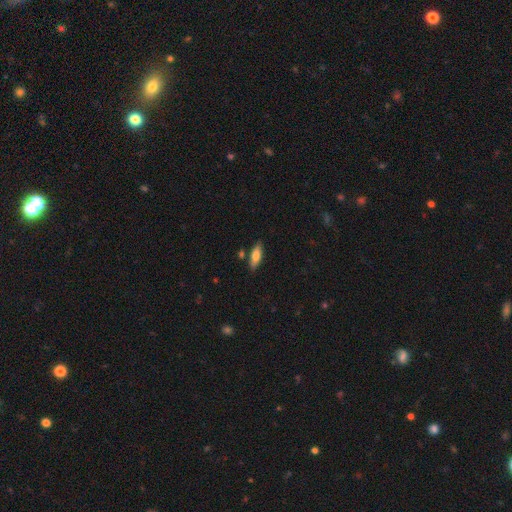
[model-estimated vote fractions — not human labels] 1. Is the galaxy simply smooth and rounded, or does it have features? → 75% smooth, 19% featured or disk, 6% star or artifact.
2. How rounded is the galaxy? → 63% in between, 35% cigar-shaped, 2% round.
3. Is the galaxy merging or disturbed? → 80% none, 12% minor disturbance, 5% merger, 2% major disturbance.